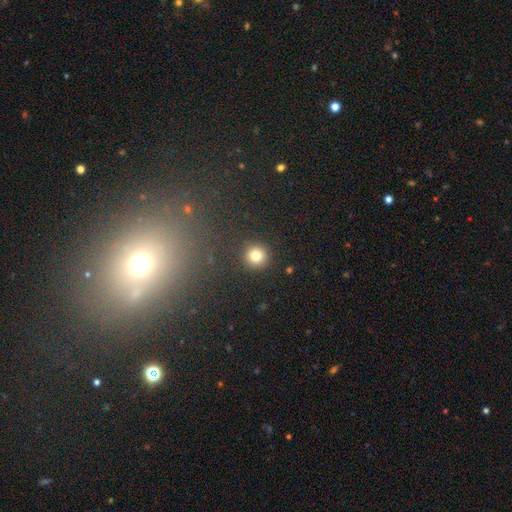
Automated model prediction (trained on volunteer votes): Overall: smooth (80%). How rounded: round (94%). Merging: none (91%).